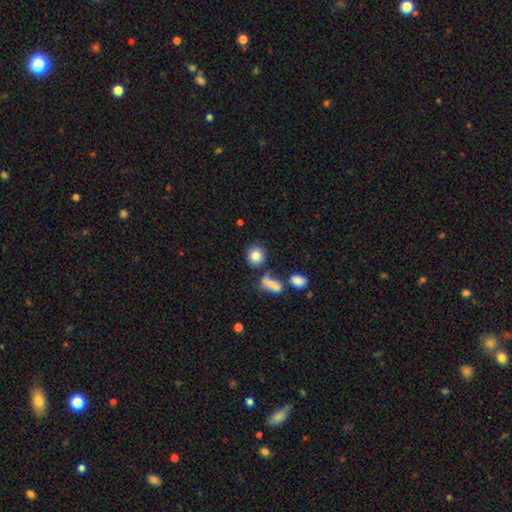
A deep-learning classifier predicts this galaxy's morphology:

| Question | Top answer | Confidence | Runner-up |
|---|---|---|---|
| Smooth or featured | smooth | 83% | star or artifact (9%) |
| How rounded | round | 81% | in between (18%) |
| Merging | none | 73% | merger (11%) |